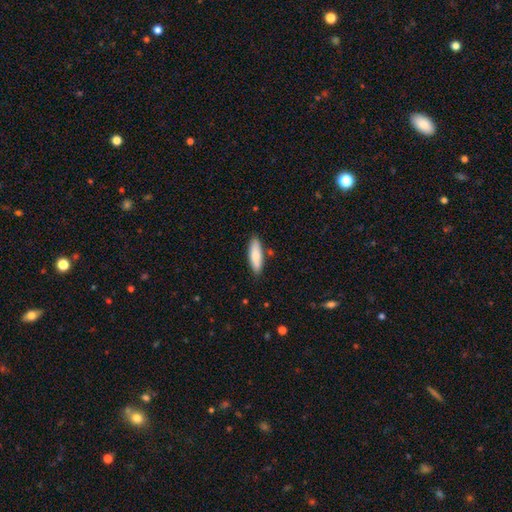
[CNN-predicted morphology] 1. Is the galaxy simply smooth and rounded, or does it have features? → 80% smooth, 14% featured or disk, 6% star or artifact.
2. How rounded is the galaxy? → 49% cigar-shaped (tied), 49% in between (tied), 2% round.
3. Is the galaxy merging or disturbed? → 85% none, 11% minor disturbance, 2% merger, 2% major disturbance.